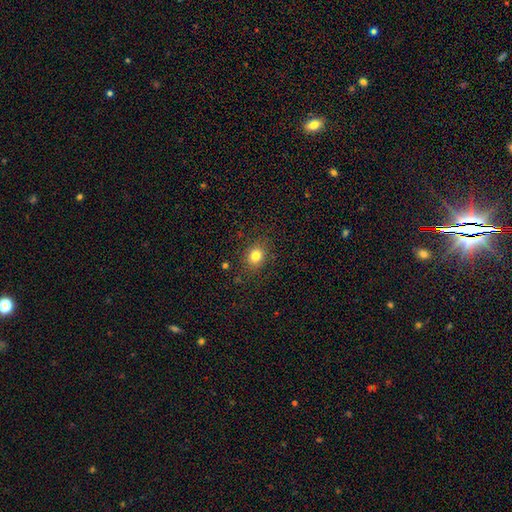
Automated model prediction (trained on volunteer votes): Overall: smooth (80%). How rounded: round (64%; in between 35%). Merging: none (85%).